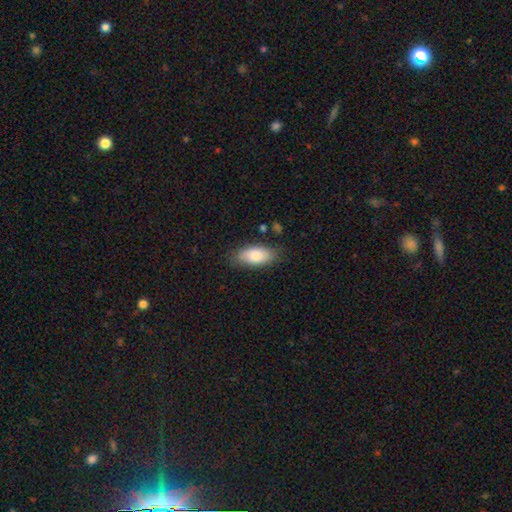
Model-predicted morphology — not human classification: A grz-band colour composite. It shows a smooth galaxy with no disk features (80%) that is in between round and cigar-shaped (90%). Merging: none (80%).